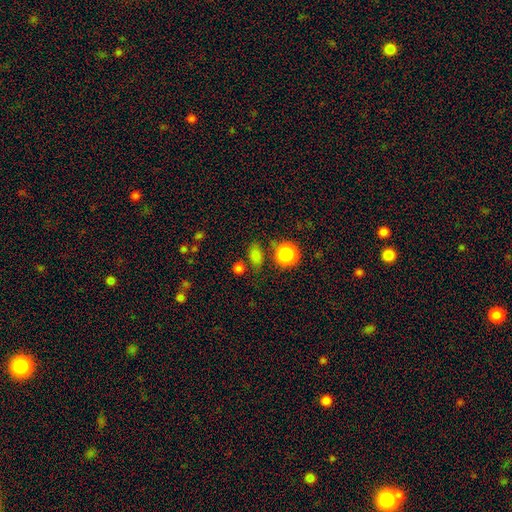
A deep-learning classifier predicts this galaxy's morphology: Smooth or featured: smooth — 77% (star or artifact — 18%)
How rounded: in between — 62% (round — 35%)
Merging: none — 71% (minor disturbance — 14%)